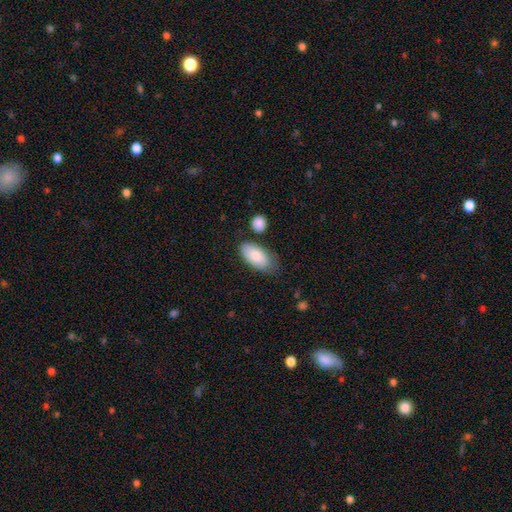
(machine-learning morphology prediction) The model was most divided on "merging": none: 68%, minor disturbance: 21%, merger: 6%, major disturbance: 5%. More confident: how rounded — in between (93%); smooth or featured — smooth (82%).